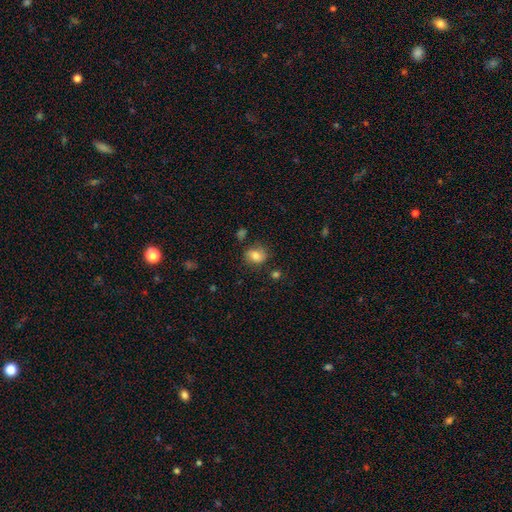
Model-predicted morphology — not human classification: The model was most divided on "how rounded": round: 51%, in between: 48%, cigar-shaped: 1%. More confident: smooth or featured — smooth (79%); merging — none (68%).